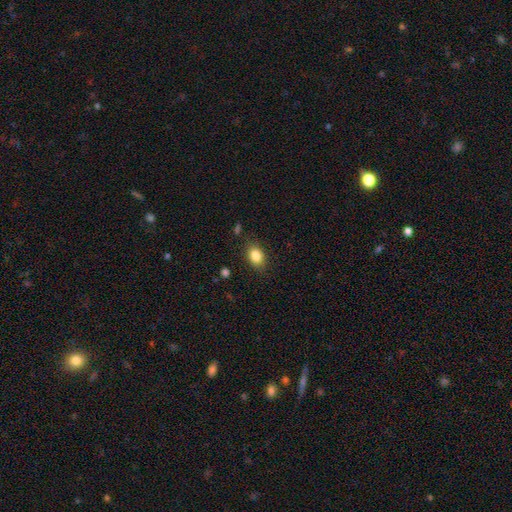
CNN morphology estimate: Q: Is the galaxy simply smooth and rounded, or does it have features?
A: smooth — 85%.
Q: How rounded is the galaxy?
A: in between — 75%.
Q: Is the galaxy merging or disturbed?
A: none — 84%.